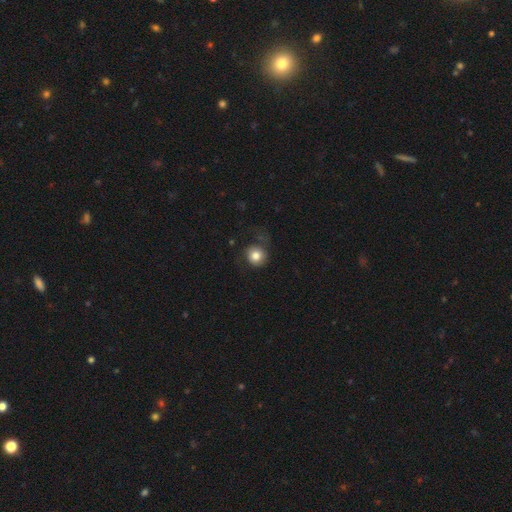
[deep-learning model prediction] A smooth galaxy with no disk features (78%) that is round (89%).

Vote fractions:
- Smooth or featured? smooth: 78% / featured or disk: 14% / star or artifact: 9%
- How rounded? round: 89% / in between: 11% / cigar-shaped: 1%
- Merging? none: 60% / minor disturbance: 20% / major disturbance: 19% / merger: 2%